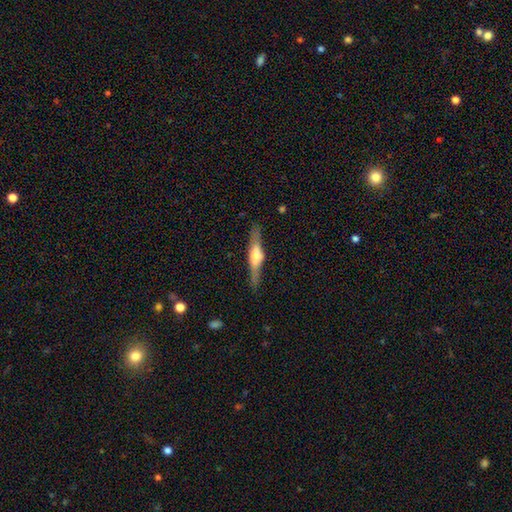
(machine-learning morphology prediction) A featured or disk galaxy (63%) viewed edge-on (95%) with a rounded central bulge (75%).

Vote fractions:
- Smooth or featured? featured or disk: 63% / smooth: 31% / star or artifact: 6%
- Edge-on disk? yes: 95% / no: 5%
- Edge-on bulge? rounded: 75% / boxy: 19% / none: 6%
- Merging? none: 85% / minor disturbance: 11% / major disturbance: 3% / merger: 1%